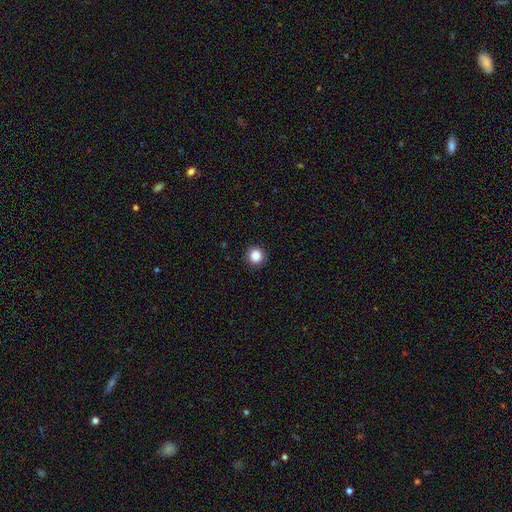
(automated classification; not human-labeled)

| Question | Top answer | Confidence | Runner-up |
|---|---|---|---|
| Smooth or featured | smooth | 86% | star or artifact (10%) |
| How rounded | round | 92% | in between (7%) |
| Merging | none | 92% | minor disturbance (5%) |